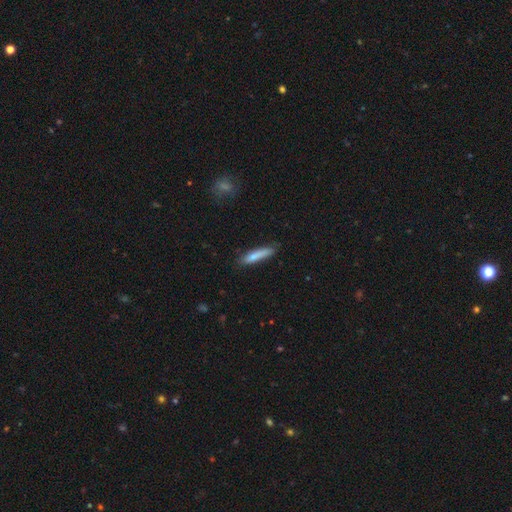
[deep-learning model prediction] The model was most divided on "merging": none: 76%, minor disturbance: 19%, major disturbance: 3%, merger: 2%. More confident: how rounded — cigar-shaped (87%); smooth or featured — smooth (76%).